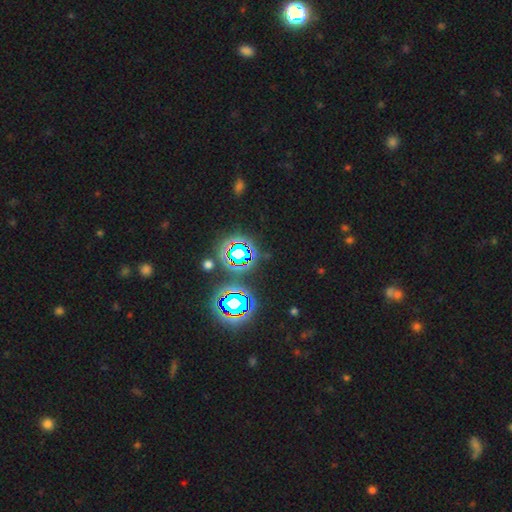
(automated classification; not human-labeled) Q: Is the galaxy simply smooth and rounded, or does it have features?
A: star or artifact — 76%.